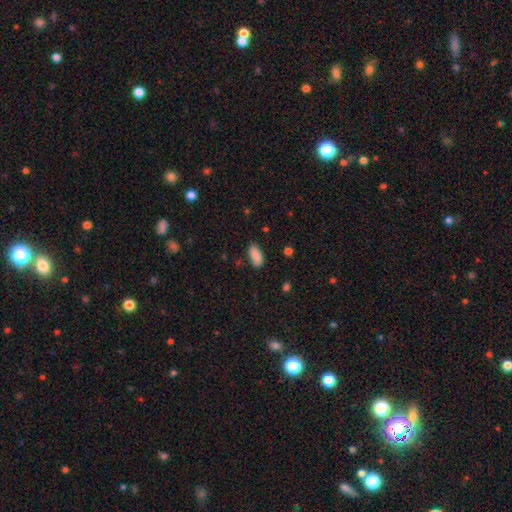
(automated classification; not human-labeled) This appears to be a smooth galaxy with no disk features (87%) that is in between round and cigar-shaped (91%). Merging: none (78%).